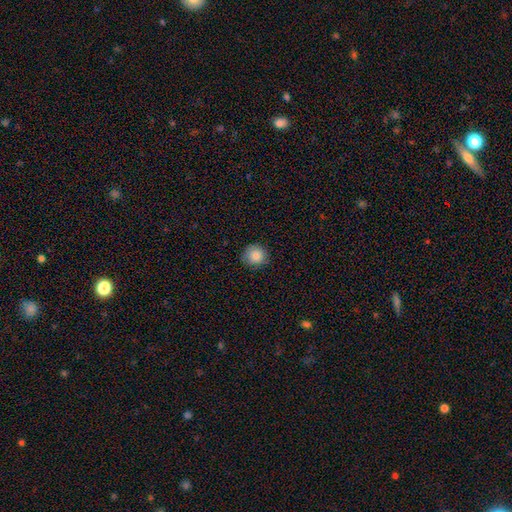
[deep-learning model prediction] Smooth or featured? Predicted: smooth (p=0.86). How rounded? Predicted: round (p=0.91). Merging? Predicted: none (p=0.84).